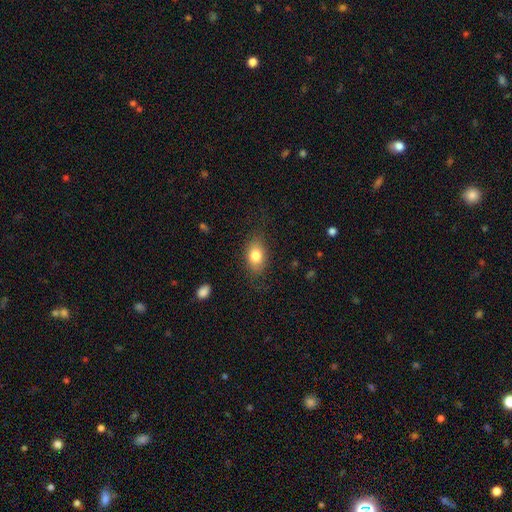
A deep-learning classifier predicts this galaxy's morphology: type=smooth (80%); roundness=in between (83%); merging=none (79%).